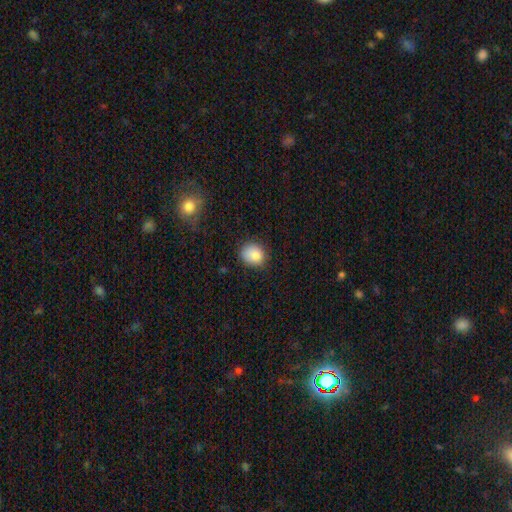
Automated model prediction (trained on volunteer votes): smooth-or-featured: smooth: 85% | star or artifact: 9% | featured or disk: 6%
  how-rounded: round: 65% | in between: 34% | cigar-shaped: 1%
  merging: none: 76% | minor disturbance: 19% | major disturbance: 4% | merger: 1%